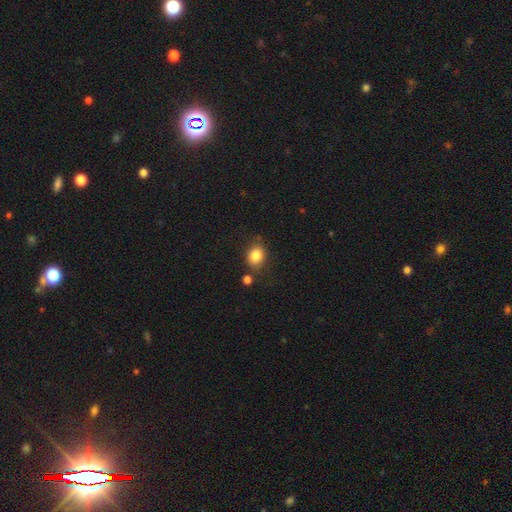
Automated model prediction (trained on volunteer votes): Smooth or featured?
  - smooth: 84% *
  - star or artifact: 10%
  - featured or disk: 6%
How rounded?
  - in between: 55% *
  - round: 44%
  - cigar-shaped: 1%
Merging?
  - none: 75% *
  - minor disturbance: 14%
  - merger: 7%
  - major disturbance: 4%